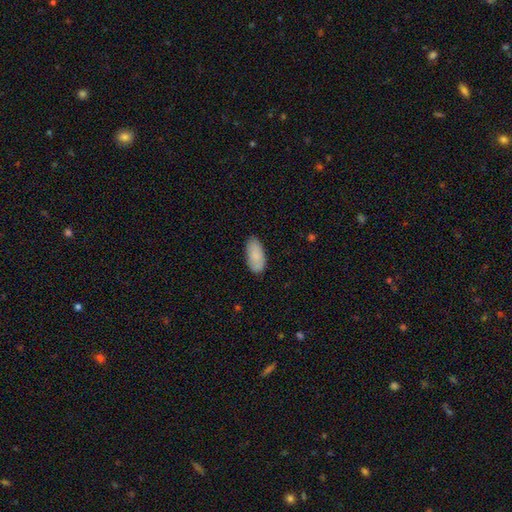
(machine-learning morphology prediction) The model was most divided on "merging": none: 81%, minor disturbance: 15%, major disturbance: 3%, merger: 1%. More confident: how rounded — in between (91%); smooth or featured — smooth (86%).